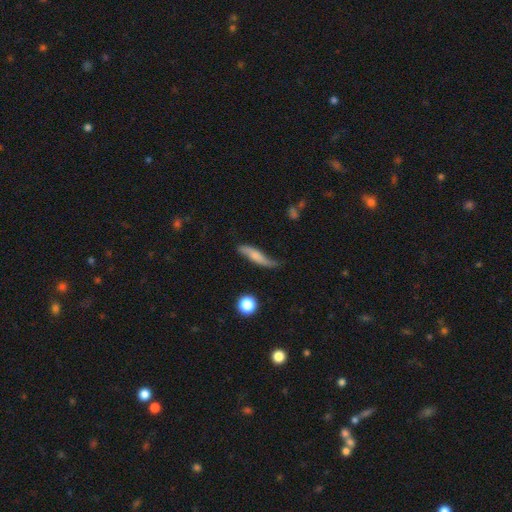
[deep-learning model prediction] Q: Smooth or featured?
A: smooth (52%); runner-up: featured or disk (40%)
Q: How rounded?
A: cigar-shaped (73%); runner-up: in between (24%)
Q: Merging?
A: none (57%); runner-up: minor disturbance (31%)